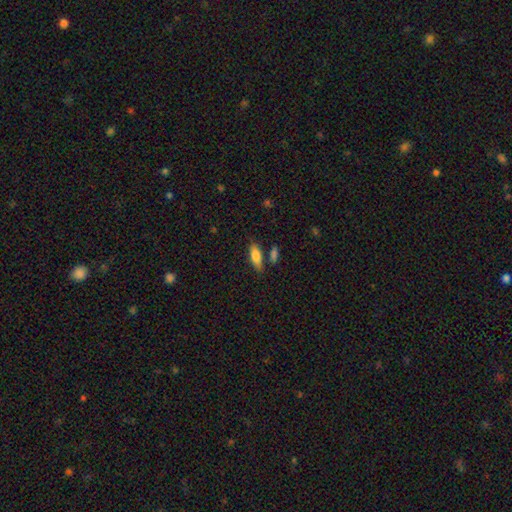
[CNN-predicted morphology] Q: Smooth or featured?
A: smooth (80%); runner-up: featured or disk (13%)
Q: How rounded?
A: in between (68%); runner-up: cigar-shaped (29%)
Q: Merging?
A: none (74%); runner-up: minor disturbance (14%)